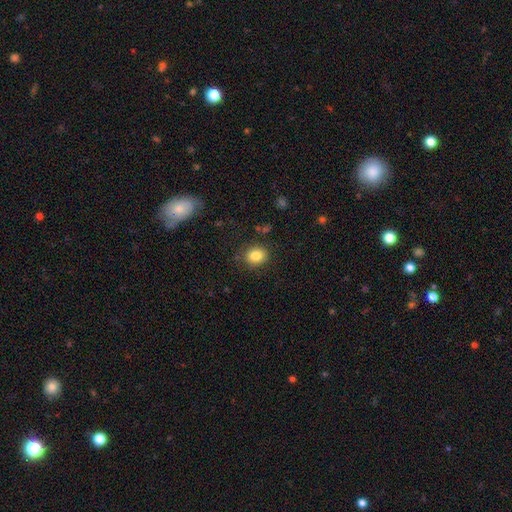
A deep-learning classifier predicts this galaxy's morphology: This is clearly a smooth galaxy (83%). How rounded: likely round (63%). Merging: clearly none (84%).